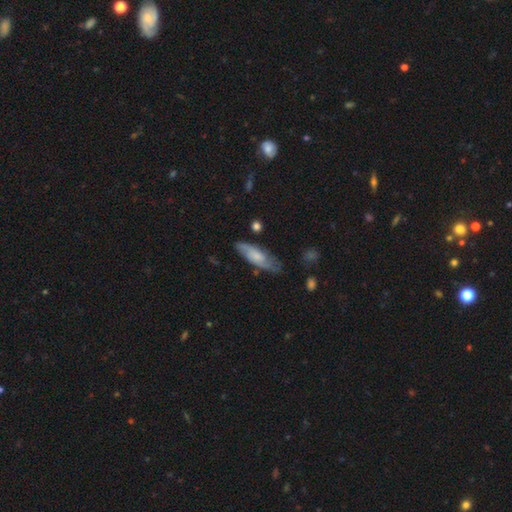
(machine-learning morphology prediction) Smooth or featured? Predicted: featured or disk (p=0.48). Merging? Predicted: none (p=0.69).